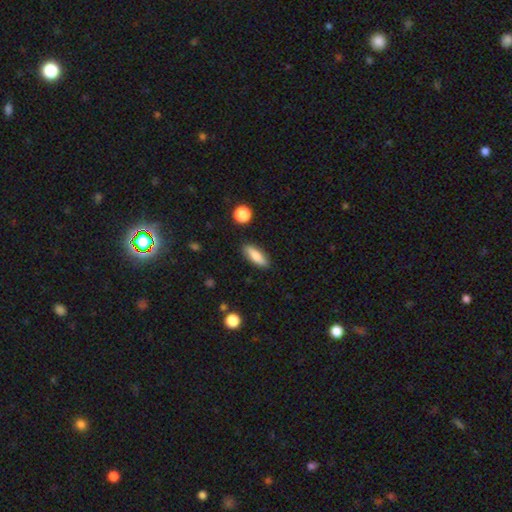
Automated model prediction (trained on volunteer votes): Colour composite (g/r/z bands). It shows a smooth galaxy with no disk features (78%) that is in between round and cigar-shaped (58%). Merging: none (86%).